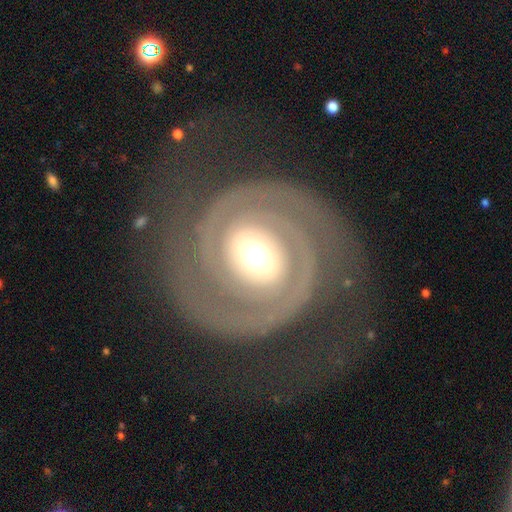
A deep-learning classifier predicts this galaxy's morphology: smooth_or_featured: featured or disk (p=0.92) [alt: star or artifact p=0.04]
disk_edge_on: no (p=0.98) [alt: yes p=0.02]
bar: no (p=0.62) [alt: weak p=0.24]
has_spiral_arms: yes (p=0.98) [alt: no p=0.02]
spiral_winding: tight (p=0.74) [alt: medium p=0.21]
spiral_arm_count: 2 (p=0.83) [alt: 1 p=0.05]
bulge_size: moderate (p=0.67) [alt: large p=0.18]
merging: none (p=0.76) [alt: minor disturbance p=0.11]